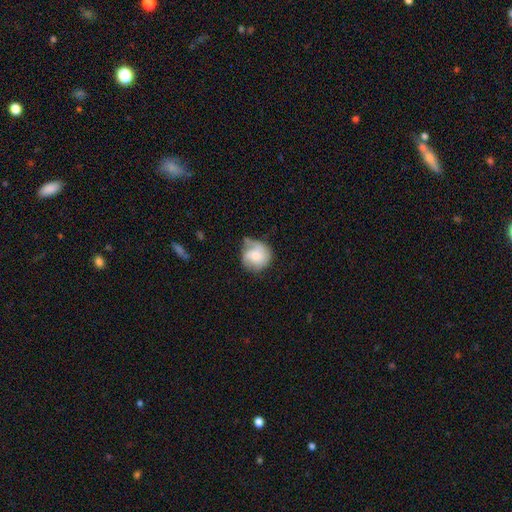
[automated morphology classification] The model was most divided on "merging": none: 45%, minor disturbance: 34%, major disturbance: 15%, merger: 6%. More confident: how rounded — round (84%); smooth or featured — smooth (55%).